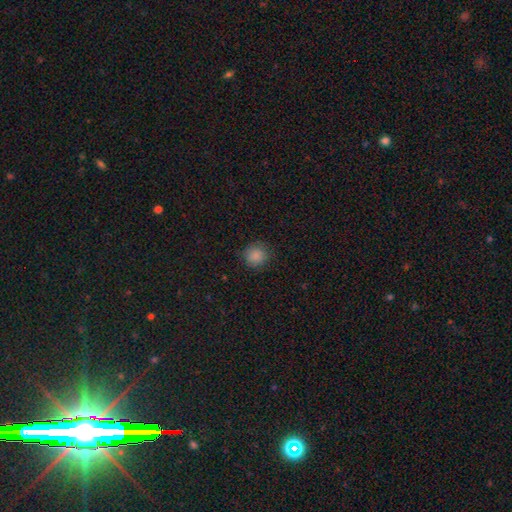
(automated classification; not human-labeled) A smooth galaxy with no disk features (87%) that is round (91%). Merging: none (86%).